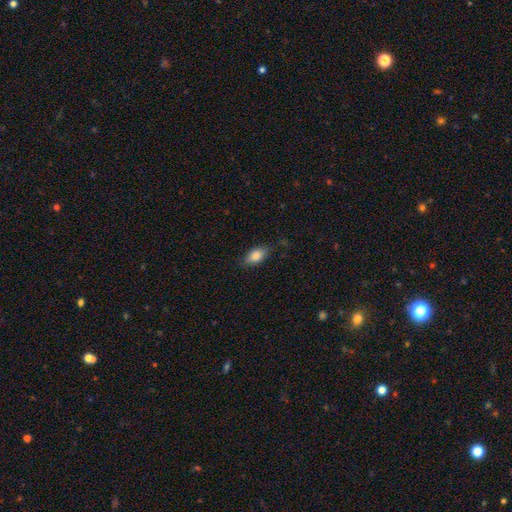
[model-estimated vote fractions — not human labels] smooth_or_featured: smooth (p=0.84) [alt: featured or disk p=0.09]
how_rounded: in between (p=0.90) [alt: cigar-shaped p=0.06]
merging: none (p=0.77) [alt: minor disturbance p=0.17]